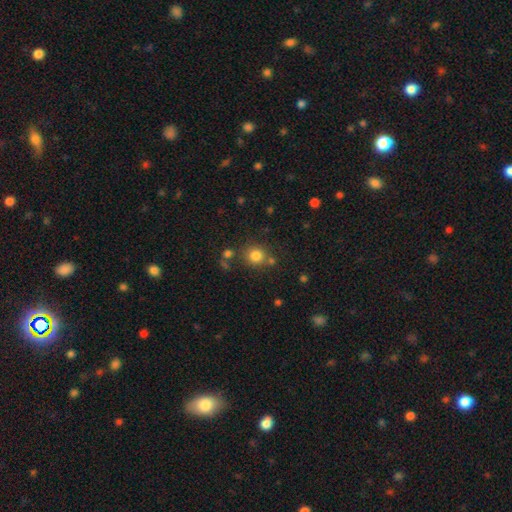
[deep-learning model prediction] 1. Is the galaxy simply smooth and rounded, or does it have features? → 81% smooth, 12% star or artifact, 6% featured or disk.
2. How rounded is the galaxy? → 88% round, 11% in between, 1% cigar-shaped.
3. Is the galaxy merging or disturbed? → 74% none, 11% merger, 10% minor disturbance, 4% major disturbance.